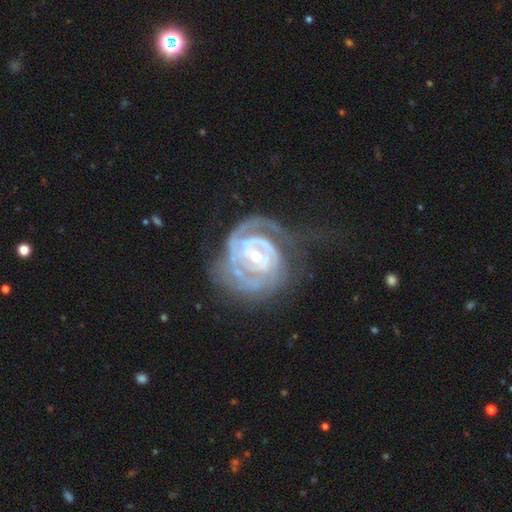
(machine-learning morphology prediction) This is clearly a featured or disk galaxy (90%). It is clearly not viewed edge-on (98%). Bar: possibly no (47%). Spiral arm pattern: clearly yes (95%). Spiral arm count: marginally 2 (39%). Spiral winding: likely tight (73%). Central bulge: possibly small (55%). Merging: possibly none (46%).